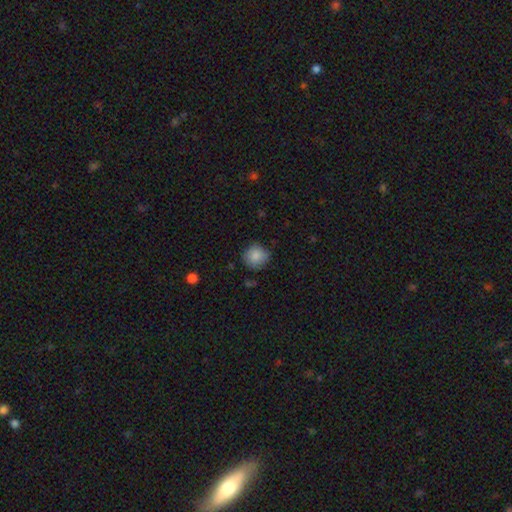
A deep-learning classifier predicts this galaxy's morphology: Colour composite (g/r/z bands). It shows a smooth galaxy with no disk features (85%) that is round (90%). Merging: none (77%).